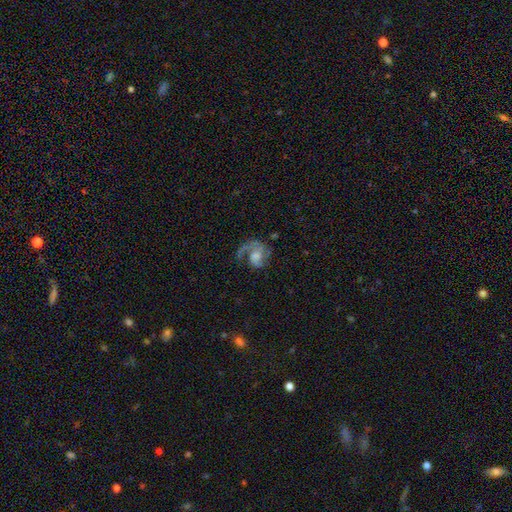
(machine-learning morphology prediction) Smooth or featured?
  - featured or disk: 83% *
  - smooth: 10%
  - star or artifact: 8%
Edge-on disk?
  - no: 98% *
  - yes: 2%
Bar?
  - no: 58% *
  - weak: 35%
  - strong: 7%
Spiral arms?
  - yes: 95% *
  - no: 5%
Spiral winding?
  - medium: 51% *
  - loose: 25%
  - tight: 24%
Spiral arm count?
  - 2: 59% *
  - 1: 30%
  - can't tell: 5%
  - 3: 3%
  - 4: 2%
  - more than 4: 2%
Bulge size?
  - moderate: 40% *
  - small: 26%
  - large: 17%
  - none: 15%
  - dominant: 3%
Merging?
  - none: 56% *
  - major disturbance: 24%
  - minor disturbance: 17%
  - merger: 3%